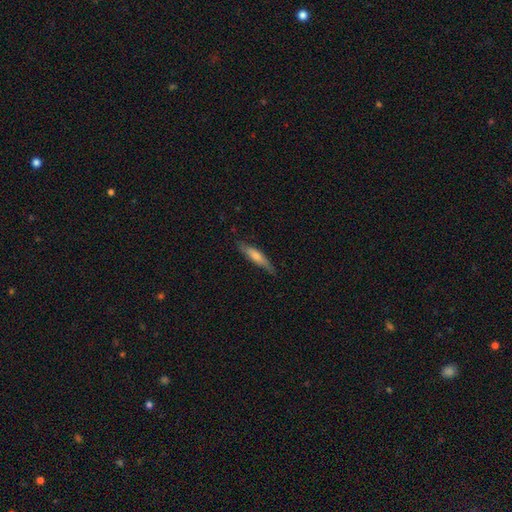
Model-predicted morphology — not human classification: The model was most divided on "smooth or featured": smooth: 53%, featured or disk: 41%, star or artifact: 6%. More confident: how rounded — cigar-shaped (86%); merging — none (81%).